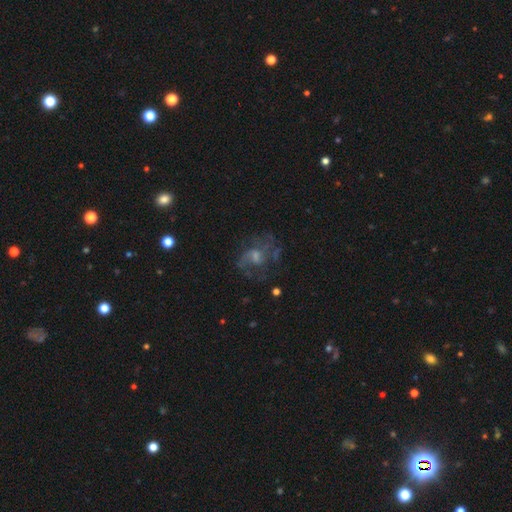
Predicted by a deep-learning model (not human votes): smooth_or_featured: featured or disk (p=0.68) [alt: smooth p=0.17]
disk_edge_on: no (p=0.97) [alt: yes p=0.03]
bar: no (p=0.60) [alt: weak p=0.35]
has_spiral_arms: yes (p=0.77) [alt: no p=0.23]
spiral_winding: medium (p=0.46) [alt: loose p=0.35]
spiral_arm_count: 2 (p=0.37) [alt: can't tell p=0.33]
bulge_size: moderate (p=0.42) [alt: small p=0.38]
merging: none (p=0.59) [alt: major disturbance p=0.21]